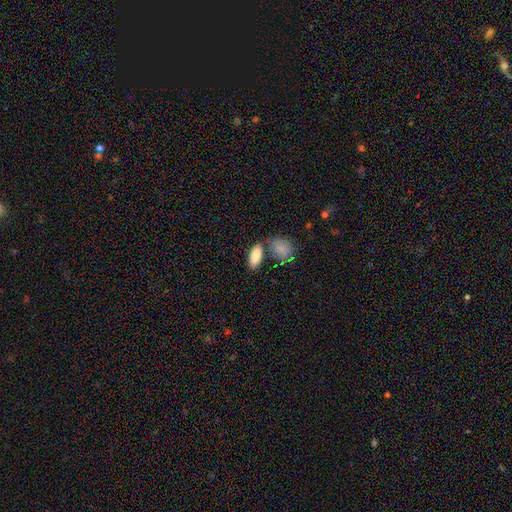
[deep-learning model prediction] Overall: smooth (88%). How rounded: in between (87%). Merging: none (65%).